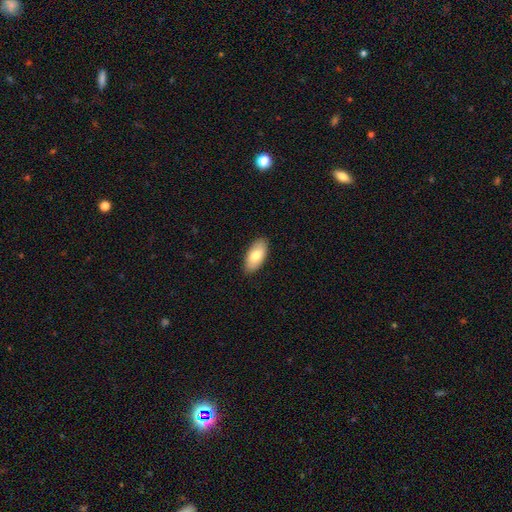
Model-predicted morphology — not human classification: This is likely a smooth galaxy (79%). How rounded: clearly in between (93%). Merging: clearly none (88%).